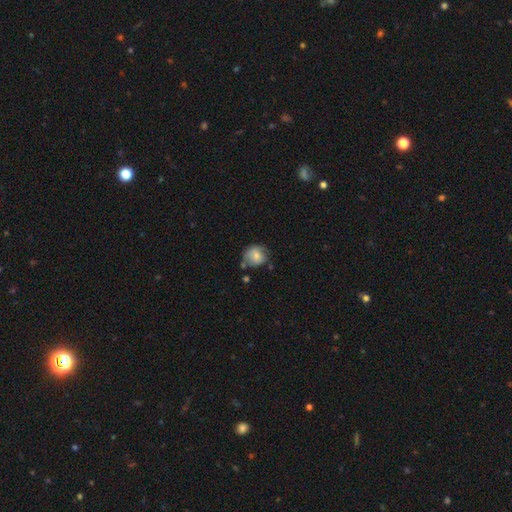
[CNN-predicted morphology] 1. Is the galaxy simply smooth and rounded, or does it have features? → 70% smooth, 21% featured or disk, 8% star or artifact.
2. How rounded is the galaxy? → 76% round, 23% in between, 1% cigar-shaped.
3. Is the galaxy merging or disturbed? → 53% none, 30% minor disturbance, 9% merger, 9% major disturbance.